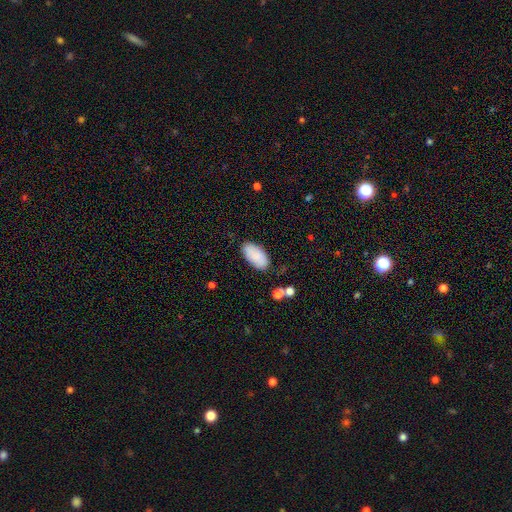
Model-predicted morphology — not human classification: Smooth or featured?
  - smooth: 88% *
  - featured or disk: 6%
  - star or artifact: 6%
How rounded?
  - in between: 95% *
  - cigar-shaped: 3%
  - round: 2%
Merging?
  - none: 82% *
  - minor disturbance: 12%
  - major disturbance: 3%
  - merger: 2%